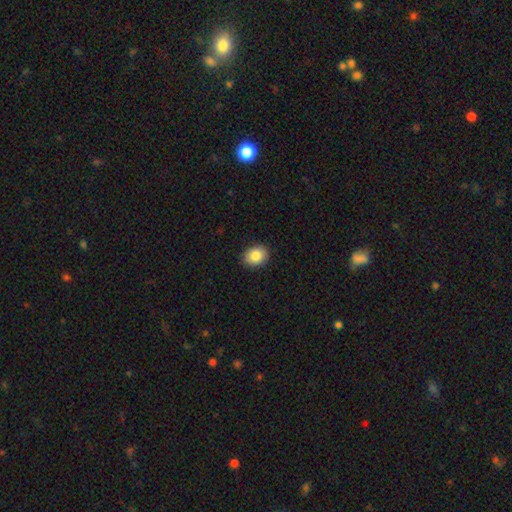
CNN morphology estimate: Smooth or featured? Predicted: smooth (p=0.85). How rounded? Predicted: in between (p=0.54). Merging? Predicted: none (p=0.90).